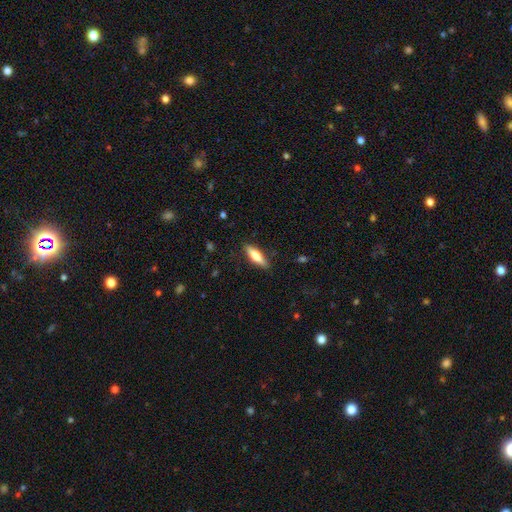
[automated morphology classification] Smooth or featured? Predicted: smooth (p=0.67). How rounded? Predicted: cigar-shaped (p=0.57). Merging? Predicted: none (p=0.87).